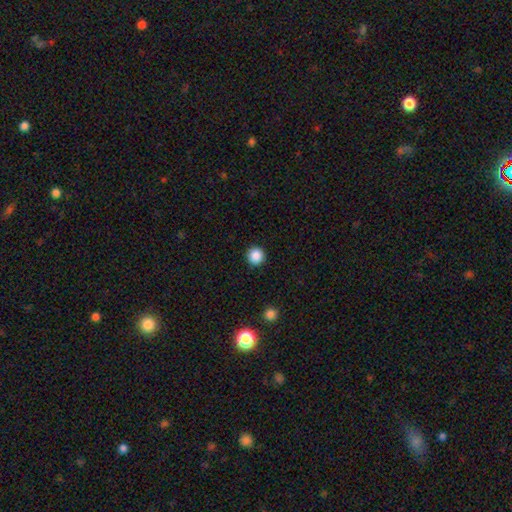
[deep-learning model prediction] smooth_or_featured: smooth (p=0.87) [alt: star or artifact p=0.10]
how_rounded: round (p=0.95) [alt: in between p=0.04]
merging: none (p=0.92) [alt: minor disturbance p=0.05]